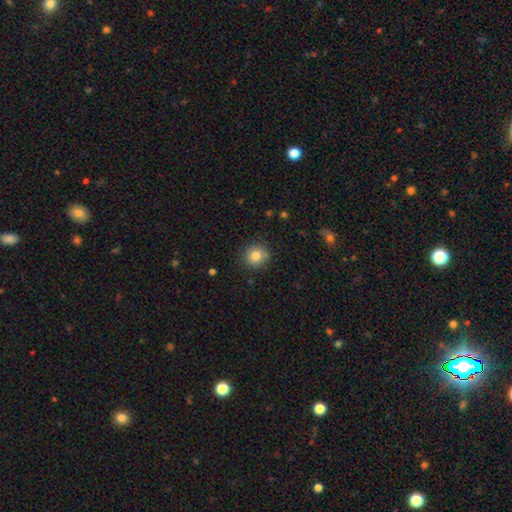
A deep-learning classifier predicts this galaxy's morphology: Overall: smooth (81%). How rounded: round (91%). Merging: none (84%).